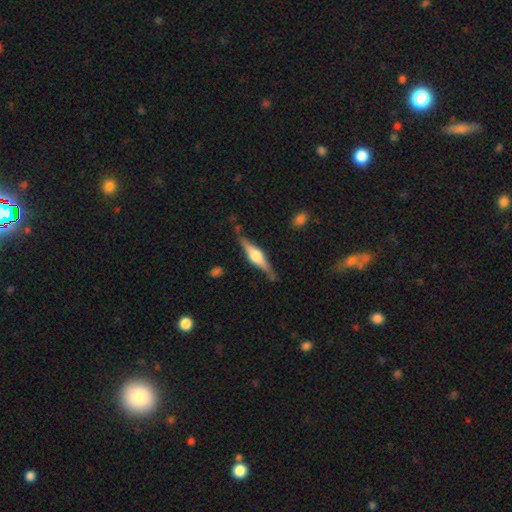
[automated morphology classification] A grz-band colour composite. It shows a featured or disk galaxy (77%) viewed edge-on (97%) with a rounded central bulge (90%). Merging: none (83%).